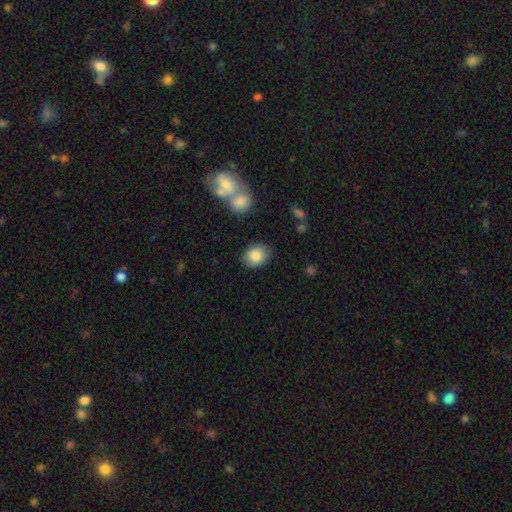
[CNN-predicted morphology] Smooth or featured?
  - smooth: 86% *
  - star or artifact: 7%
  - featured or disk: 7%
How rounded?
  - in between: 58% *
  - round: 41%
  - cigar-shaped: 1%
Merging?
  - none: 81% *
  - minor disturbance: 12%
  - merger: 3%
  - major disturbance: 3%